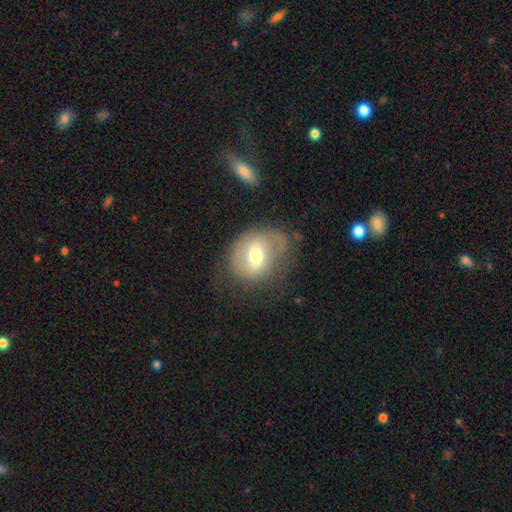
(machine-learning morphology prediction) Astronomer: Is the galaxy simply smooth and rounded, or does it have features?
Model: featured or disk — 48% (runner-up: smooth, 45%).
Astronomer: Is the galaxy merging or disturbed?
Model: none — 53%.